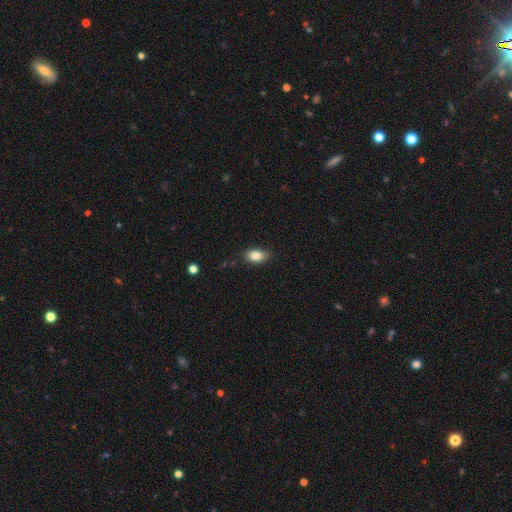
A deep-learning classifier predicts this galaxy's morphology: smooth_or_featured: smooth (p=0.84) [alt: star or artifact p=0.08]
how_rounded: in between (p=0.87) [alt: round p=0.10]
merging: none (p=0.83) [alt: minor disturbance p=0.14]